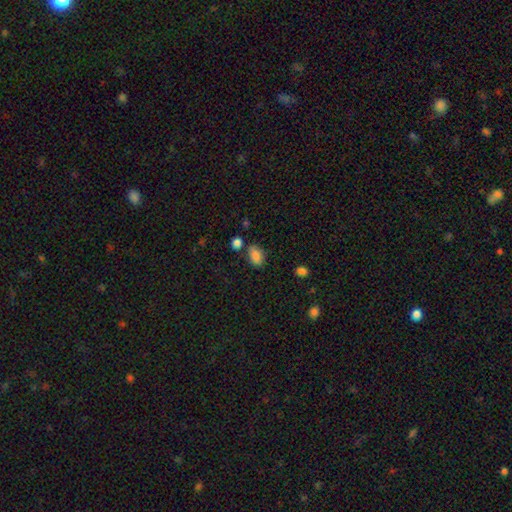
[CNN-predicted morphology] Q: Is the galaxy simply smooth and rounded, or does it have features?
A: smooth — 85%.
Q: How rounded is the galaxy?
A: in between — 86%.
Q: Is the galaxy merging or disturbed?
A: none — 70%.